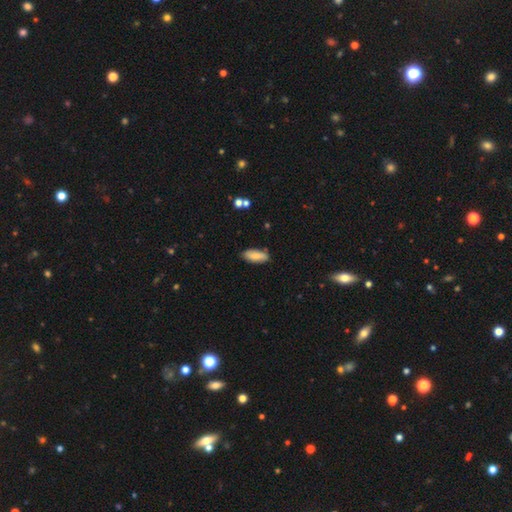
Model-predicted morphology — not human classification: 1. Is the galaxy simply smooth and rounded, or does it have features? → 83% smooth, 11% featured or disk, 6% star or artifact.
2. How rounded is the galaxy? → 79% in between, 20% cigar-shaped, 2% round.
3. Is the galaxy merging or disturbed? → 84% none, 13% minor disturbance, 2% major disturbance, 2% merger.